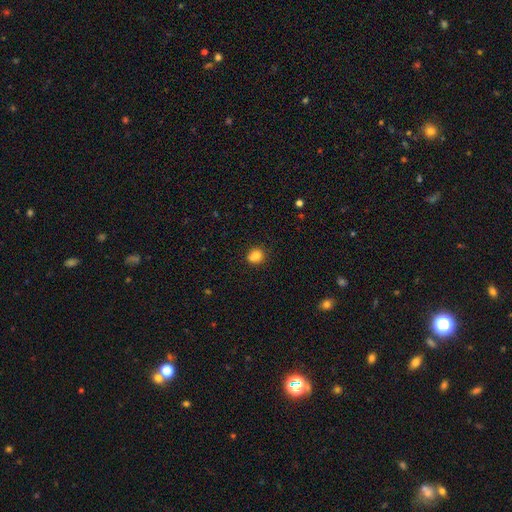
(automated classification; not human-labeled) smooth_or_featured: smooth (p=0.79) [alt: star or artifact p=0.11]
how_rounded: round (p=0.77) [alt: in between p=0.22]
merging: none (p=0.58) [alt: merger p=0.21]